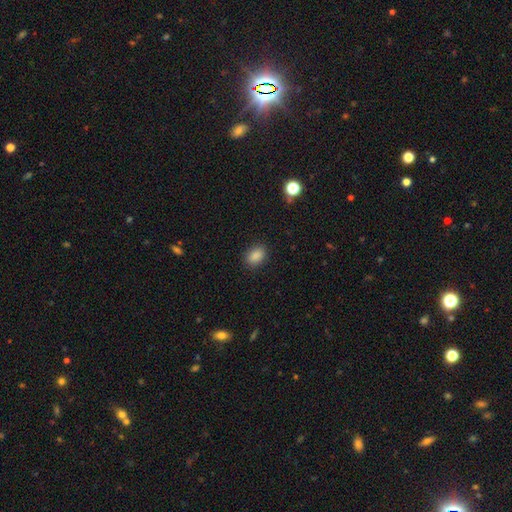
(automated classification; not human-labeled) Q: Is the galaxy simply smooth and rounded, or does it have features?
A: smooth — 87%.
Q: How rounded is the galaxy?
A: in between — 75%.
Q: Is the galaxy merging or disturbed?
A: none — 88%.